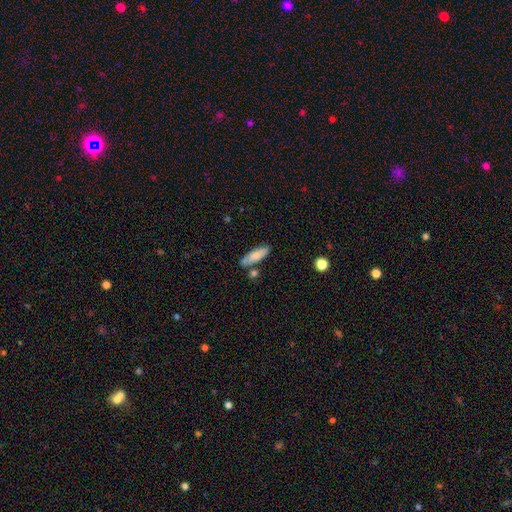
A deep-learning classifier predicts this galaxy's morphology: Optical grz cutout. It shows a smooth galaxy with no disk features (79%) that is cigar-shaped (52%). Merging: none (73%).